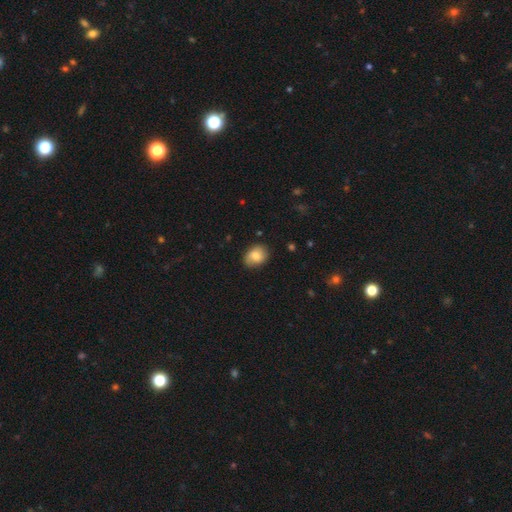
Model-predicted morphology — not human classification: This appears to be a smooth galaxy with no disk features (78%) that is in between round and cigar-shaped (61%). Merging: none (76%).